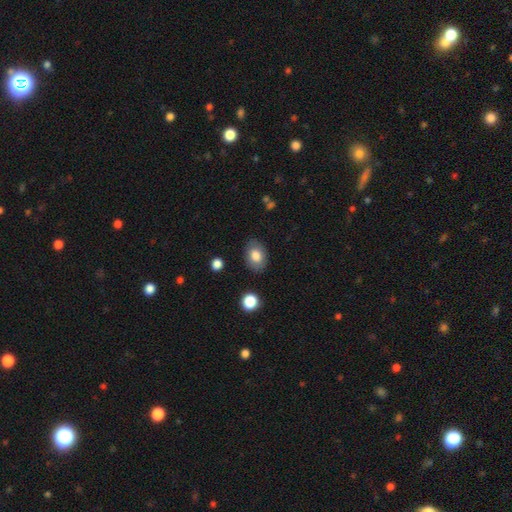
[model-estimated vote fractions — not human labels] This appears to be a smooth galaxy with no disk features (80%) that is in between round and cigar-shaped (78%). Merging: none (83%).